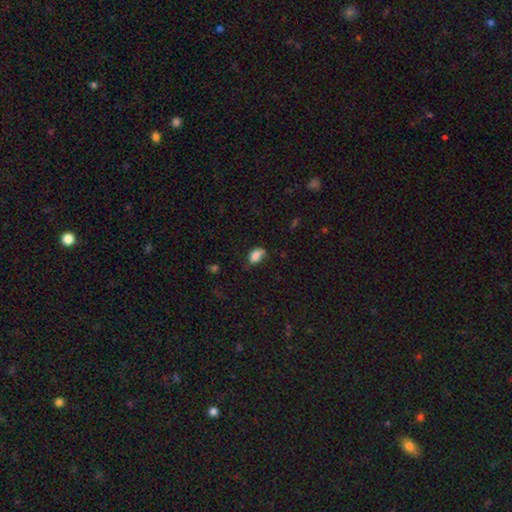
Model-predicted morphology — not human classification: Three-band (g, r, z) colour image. It shows a smooth galaxy with no disk features (82%) that is in between round and cigar-shaped (89%). Merging: none (51%).